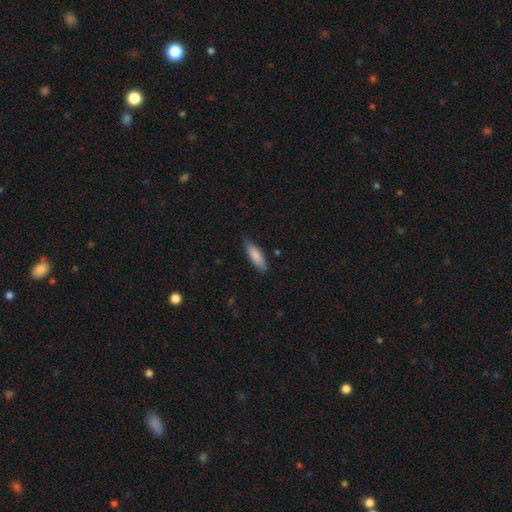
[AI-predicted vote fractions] This is clearly a smooth galaxy (84%). How rounded: possibly cigar-shaped (51%). Merging: clearly none (80%).